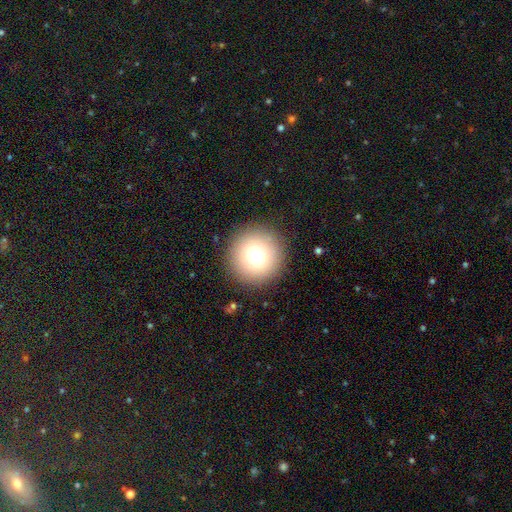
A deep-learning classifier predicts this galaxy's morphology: smooth 75%, star or artifact 14%, featured or disk 11%. Down the decision tree: how rounded — round (96%); merging — none (90%).